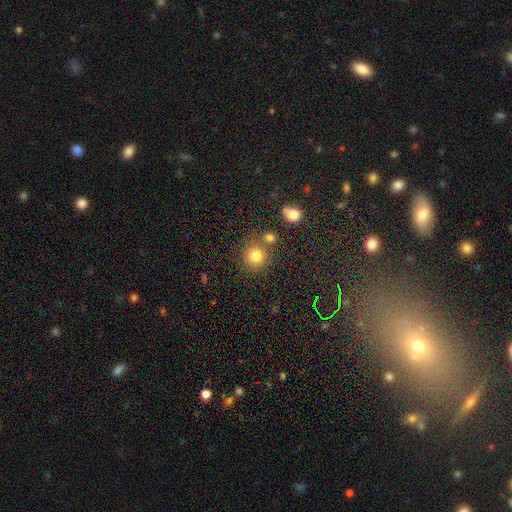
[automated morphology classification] type=smooth (79%); roundness=round (90%); merging=none (73%).